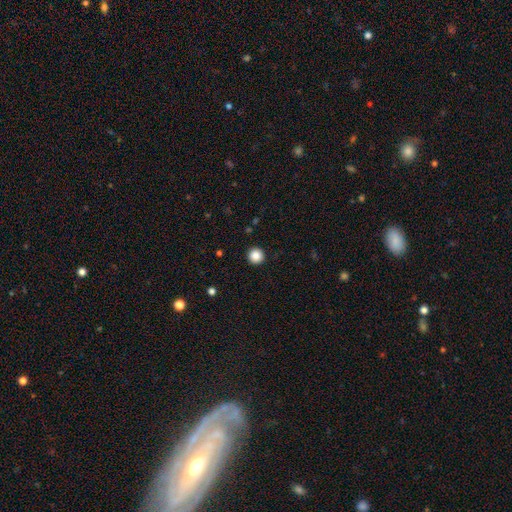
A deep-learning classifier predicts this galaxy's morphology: A smooth galaxy with no disk features (87%) that is round (96%).

Vote fractions:
- Smooth or featured? smooth: 87% / star or artifact: 10% / featured or disk: 4%
- How rounded? round: 96% / in between: 3% / cigar-shaped: 1%
- Merging? none: 93% / minor disturbance: 4% / major disturbance: 2% / merger: 1%